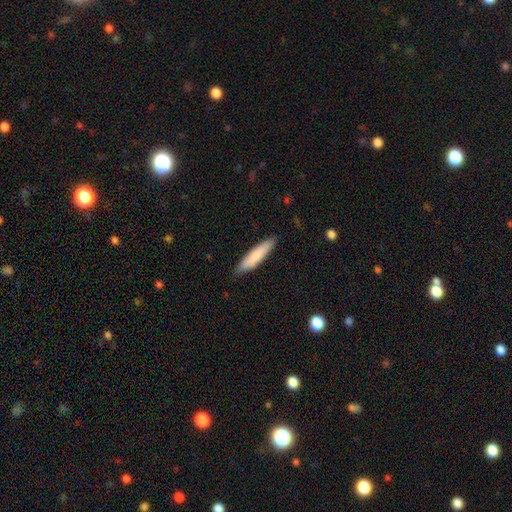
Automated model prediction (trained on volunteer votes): smooth 79%, featured or disk 16%, star or artifact 5%. Down the decision tree: how rounded — cigar-shaped (84%); merging — none (87%).